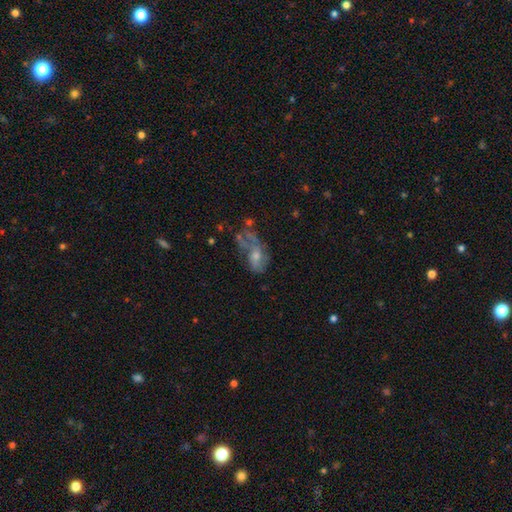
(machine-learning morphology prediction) type=featured or disk (57%); edge-on=no (94%); bar=no (76%); spiral arms=no (56%); bulge=small (42%); merging=major disturbance (39%).